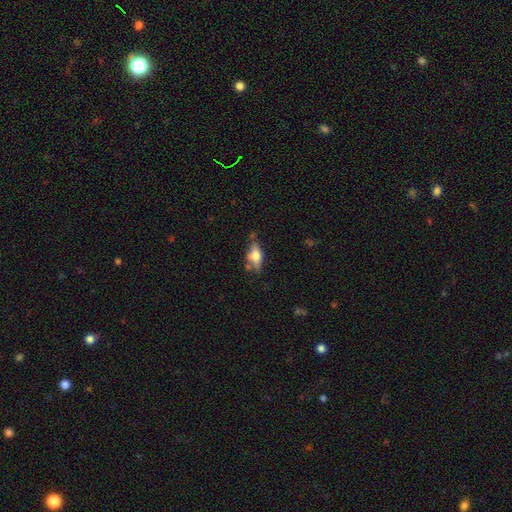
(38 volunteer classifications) Smooth or featured: smooth — 63% (featured or disk — 34%)
How rounded: in between — 54% (cigar-shaped — 42%)
Merging: none — 70% (minor disturbance — 24%)